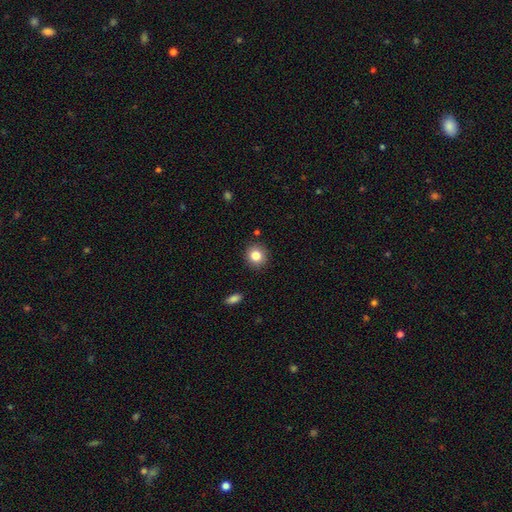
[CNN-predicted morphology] Smooth or featured?
  - smooth: 83% *
  - star or artifact: 10%
  - featured or disk: 7%
How rounded?
  - round: 87% *
  - in between: 12%
  - cigar-shaped: 1%
Merging?
  - none: 89% *
  - minor disturbance: 7%
  - major disturbance: 2%
  - merger: 2%